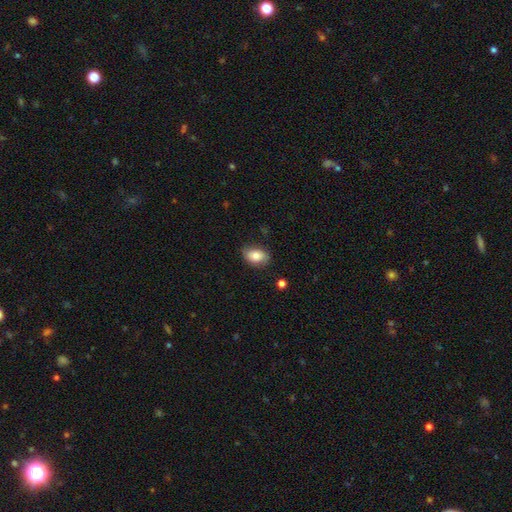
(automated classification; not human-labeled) A smooth galaxy with no disk features (78%) that is in between round and cigar-shaped (84%).

Vote fractions:
- Smooth or featured? smooth: 78% / featured or disk: 14% / star or artifact: 8%
- How rounded? in between: 84% / round: 14% / cigar-shaped: 1%
- Merging? none: 77% / minor disturbance: 18% / major disturbance: 4% / merger: 1%